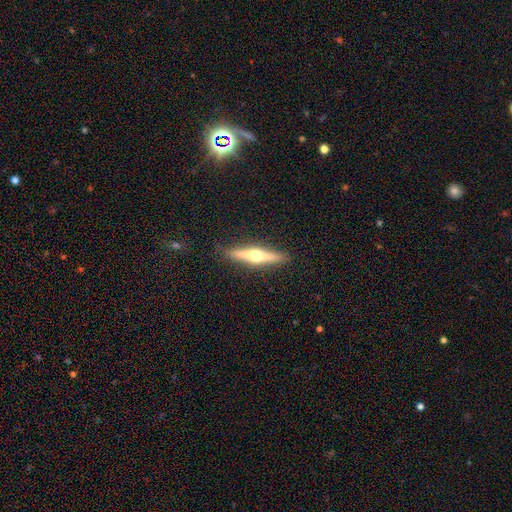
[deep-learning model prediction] featured or disk 67%, smooth 28%, star or artifact 6%. Down the decision tree: edge-on disk — yes (97%); edge-on bulge — rounded (95%); merging — none (90%).